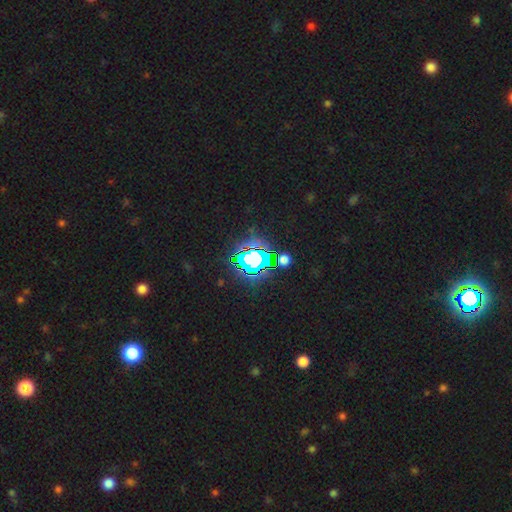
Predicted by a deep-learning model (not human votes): This is likely a star or artifact rather than a galaxy (75%).